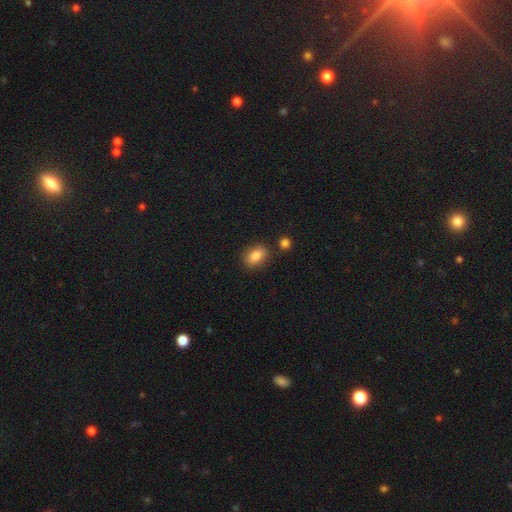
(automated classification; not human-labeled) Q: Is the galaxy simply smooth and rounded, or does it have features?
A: smooth — 86%.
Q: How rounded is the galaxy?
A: in between — 84%.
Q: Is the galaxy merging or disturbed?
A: none — 81%.